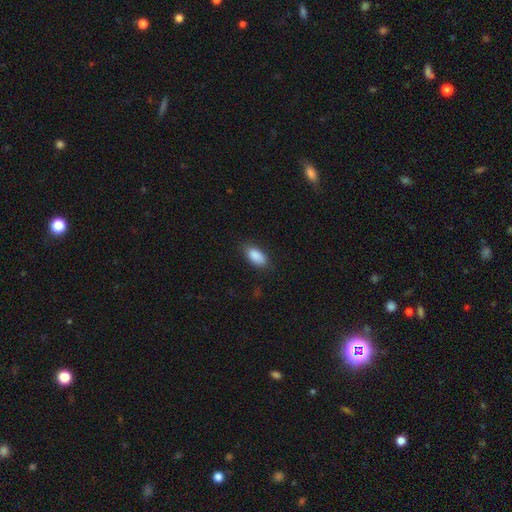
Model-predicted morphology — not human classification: Q: Smooth or featured?
A: smooth (89%); runner-up: star or artifact (7%)
Q: How rounded?
A: in between (92%); runner-up: cigar-shaped (5%)
Q: Merging?
A: none (81%); runner-up: minor disturbance (15%)